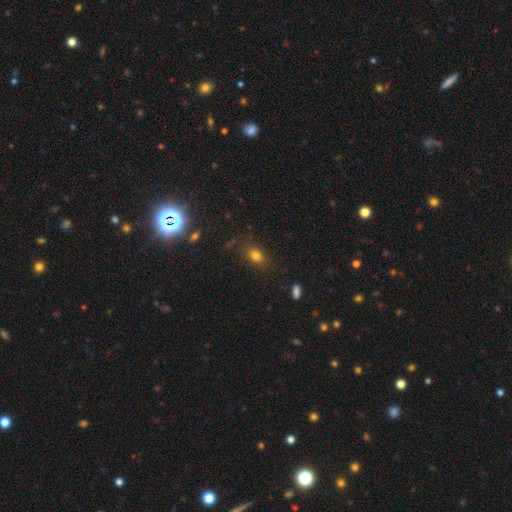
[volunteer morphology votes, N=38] Volunteers were most divided on "how rounded": in between: 56%, round: 41%, cigar-shaped: 3%. More confident: smooth or featured — smooth (89%); merging — none (83%).